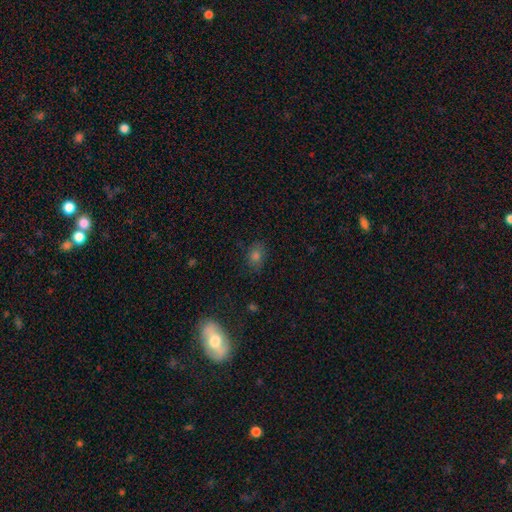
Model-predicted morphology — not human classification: Smooth or featured? Predicted: smooth (p=0.72). How rounded? Predicted: in between (p=0.65). Merging? Predicted: none (p=0.81).